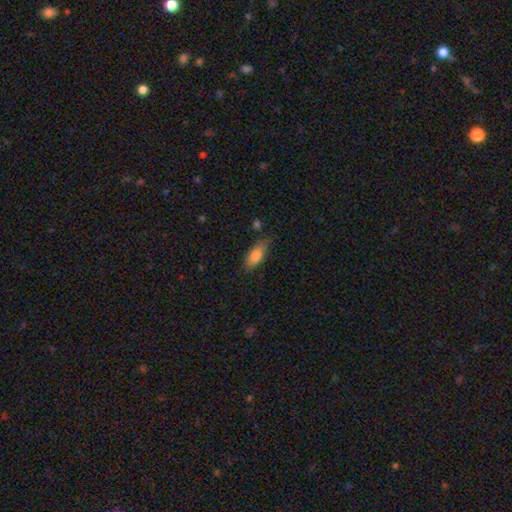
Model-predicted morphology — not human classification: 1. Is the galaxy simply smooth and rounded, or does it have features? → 80% smooth, 13% featured or disk, 7% star or artifact.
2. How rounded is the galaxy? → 79% in between, 18% cigar-shaped, 3% round.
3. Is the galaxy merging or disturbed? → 69% none, 23% minor disturbance, 5% major disturbance, 3% merger.